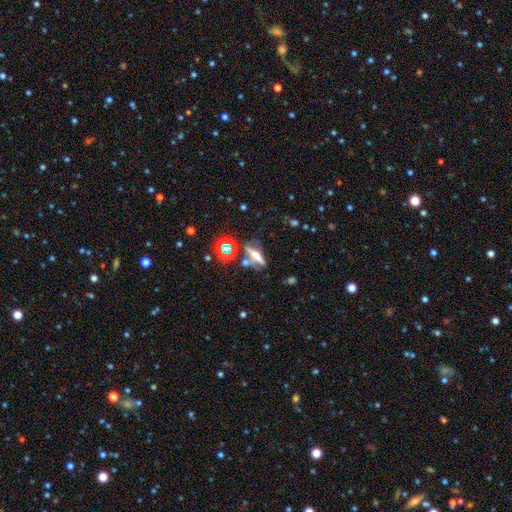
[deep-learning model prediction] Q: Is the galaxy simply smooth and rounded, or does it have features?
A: featured or disk — 41%.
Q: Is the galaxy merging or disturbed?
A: none — 57%.